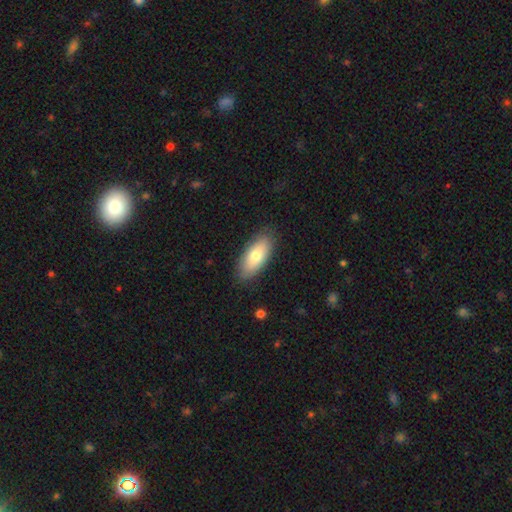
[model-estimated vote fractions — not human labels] A smooth galaxy with no disk features (76%) that is in between round and cigar-shaped (82%). Merging: none (86%).